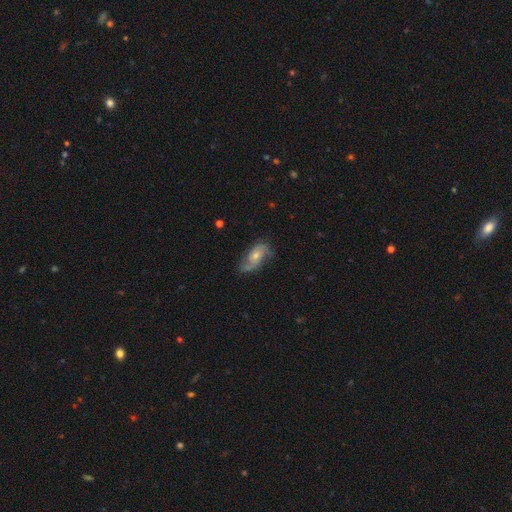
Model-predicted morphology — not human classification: This is likely a featured or disk galaxy (73%). It is clearly not viewed edge-on (95%). Bar: likely no (68%). Spiral arm pattern: clearly yes (92%). Spiral arm count: likely 2 (77%). Spiral winding: marginally medium (43%). Central bulge: possibly small (48%). Merging: likely none (64%).